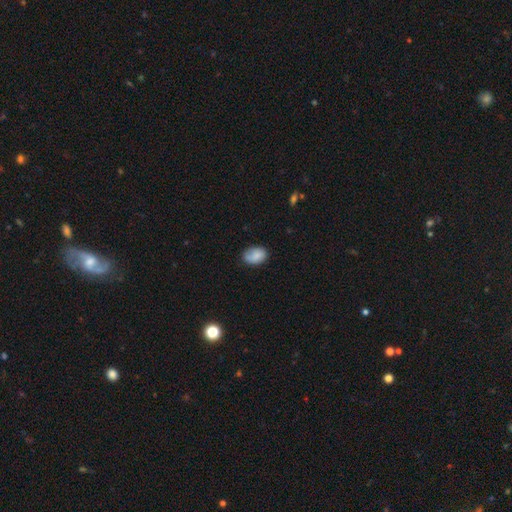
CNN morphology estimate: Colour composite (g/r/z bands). It shows a smooth galaxy with no disk features (80%) that is in between round and cigar-shaped (81%). Merging: none (70%).